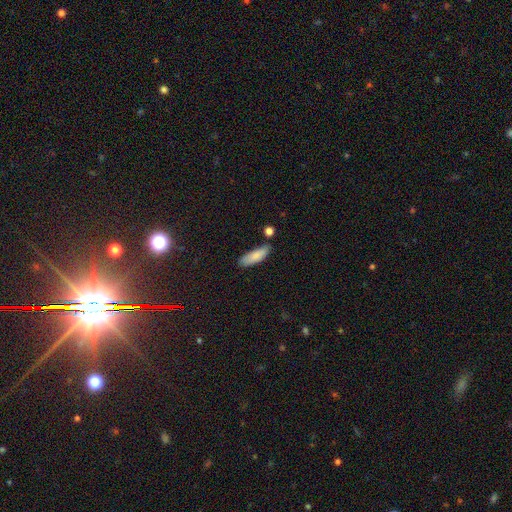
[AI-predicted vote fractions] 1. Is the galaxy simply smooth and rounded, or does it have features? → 84% smooth, 9% featured or disk, 7% star or artifact.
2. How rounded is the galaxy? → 52% in between, 46% cigar-shaped, 2% round.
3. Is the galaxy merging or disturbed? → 69% none, 21% minor disturbance, 6% merger, 4% major disturbance.